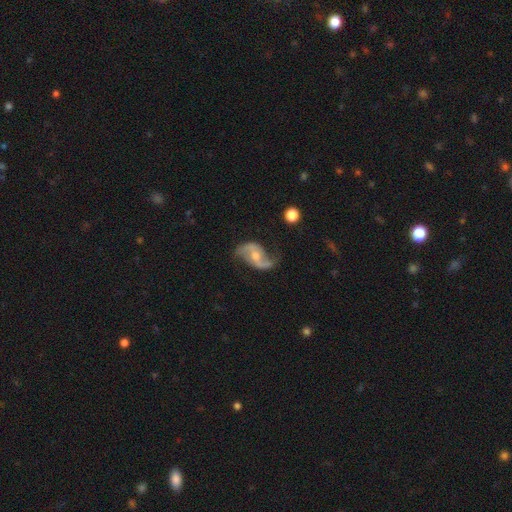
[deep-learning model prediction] Overall: featured or disk (88%). Edge-on disk: no (97%). Bar: weak (43%; no 40%). Spiral arms: yes (96%). Spiral arm count: 2 (92%). Spiral winding: loose (69%). Bulge size: moderate (57%; small 36%). Merging: none (67%).